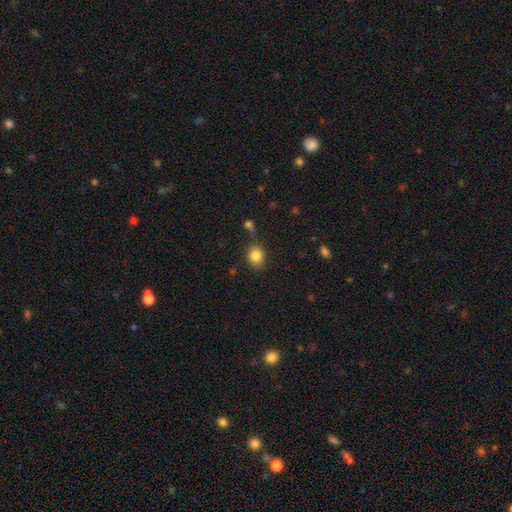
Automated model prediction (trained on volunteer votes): This is clearly a smooth galaxy (84%). How rounded: likely round (62%). Merging: likely none (74%).